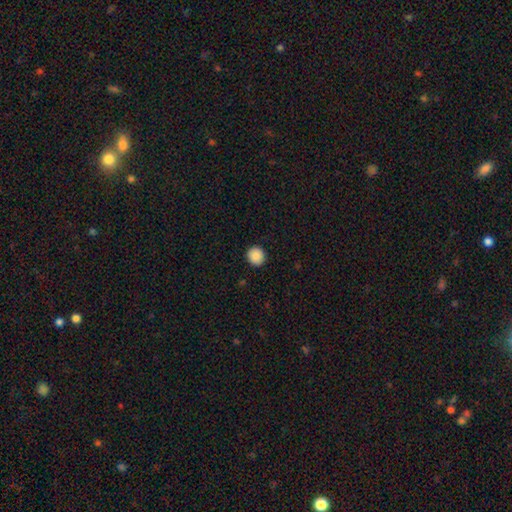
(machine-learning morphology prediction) smooth 89%, star or artifact 8%, featured or disk 3%. Down the decision tree: how rounded — round (88%); merging — none (92%).